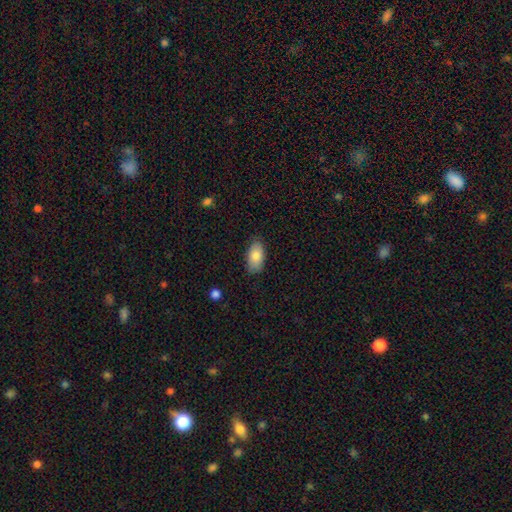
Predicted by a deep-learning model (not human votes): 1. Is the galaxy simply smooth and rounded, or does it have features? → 85% smooth, 9% featured or disk, 6% star or artifact.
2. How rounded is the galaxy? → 93% in between, 3% cigar-shaped, 3% round.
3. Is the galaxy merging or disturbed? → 79% none, 17% minor disturbance, 3% major disturbance, 1% merger.